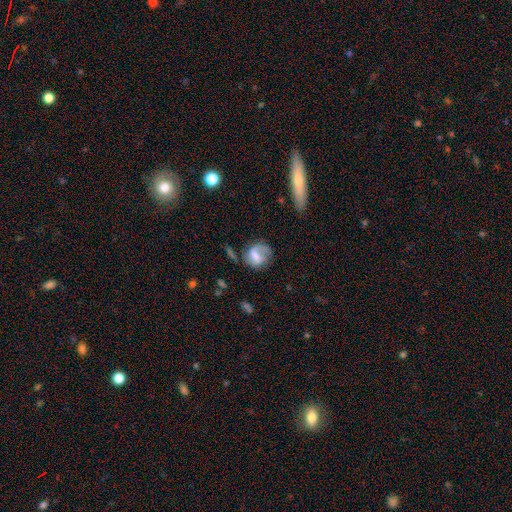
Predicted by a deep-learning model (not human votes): smooth-or-featured: featured or disk: 50% | smooth: 42% | star or artifact: 8%
  merging: none: 54% | minor disturbance: 24% | major disturbance: 17% | merger: 4%